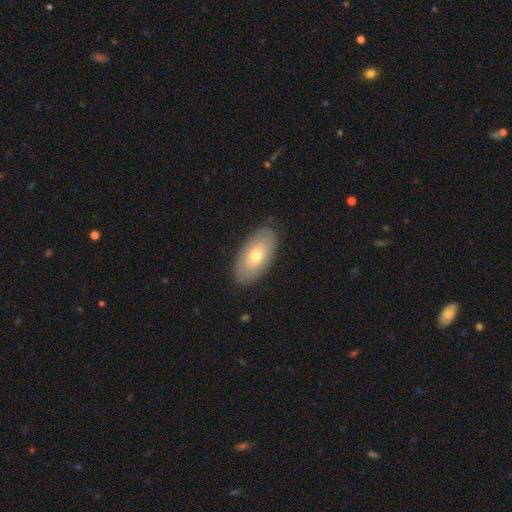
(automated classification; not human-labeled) Morphology: type=smooth (60%); roundness=in between (93%); merging=none (88%).